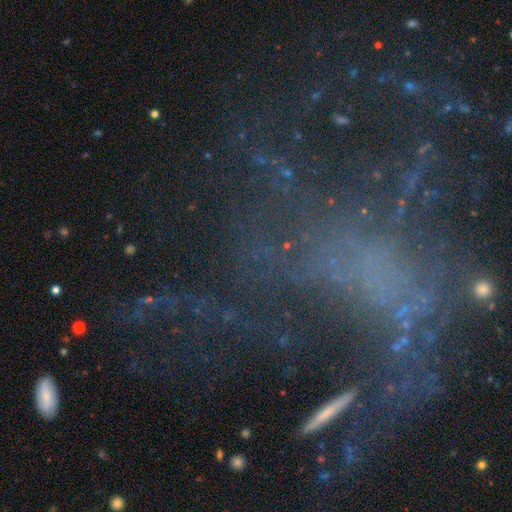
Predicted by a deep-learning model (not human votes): Smooth or featured: star or artifact — 60% (featured or disk — 25%)